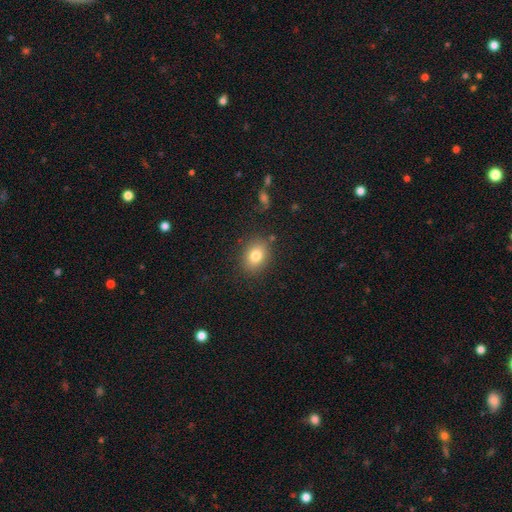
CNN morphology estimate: This appears to be a smooth galaxy with no disk features (80%) that is in between round and cigar-shaped (59%). Merging: none (85%).